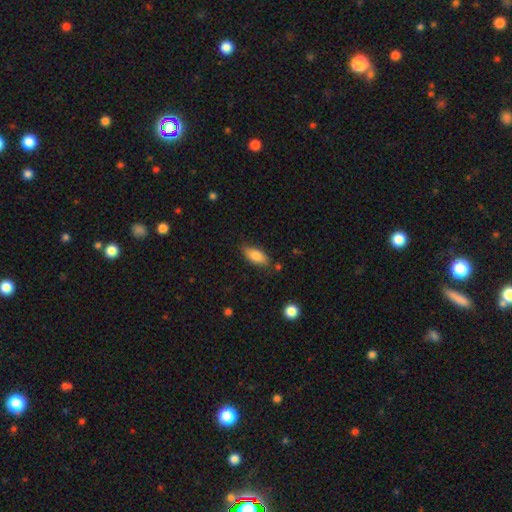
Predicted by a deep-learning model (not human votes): A smooth galaxy with no disk features (78%) that is in between round and cigar-shaped (83%).

Vote fractions:
- Smooth or featured? smooth: 78% / featured or disk: 15% / star or artifact: 7%
- How rounded? in between: 83% / cigar-shaped: 14% / round: 3%
- Merging? none: 77% / minor disturbance: 17% / major disturbance: 3% / merger: 3%